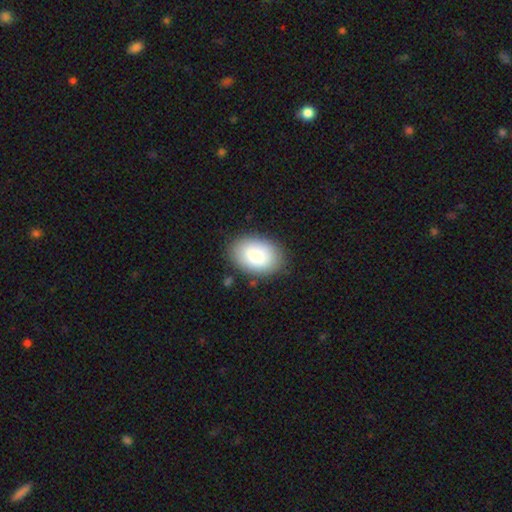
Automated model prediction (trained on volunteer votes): A smooth galaxy with no disk features (81%) that is in between round and cigar-shaped (84%). Merging: none (84%).